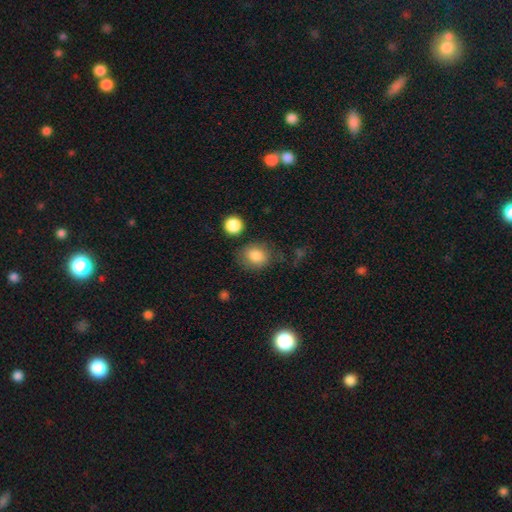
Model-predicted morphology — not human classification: Smooth or featured: smooth — 84% (star or artifact — 9%)
How rounded: round — 60% (in between — 39%)
Merging: none — 70% (minor disturbance — 17%)